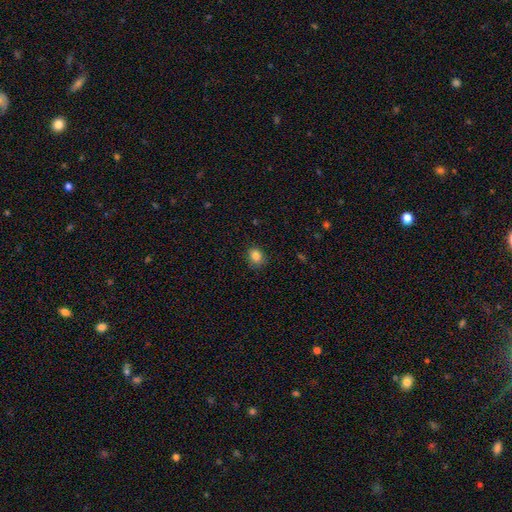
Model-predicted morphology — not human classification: Smooth or featured: smooth — 84% (star or artifact — 11%)
How rounded: round — 60% (in between — 39%)
Merging: none — 85% (minor disturbance — 11%)